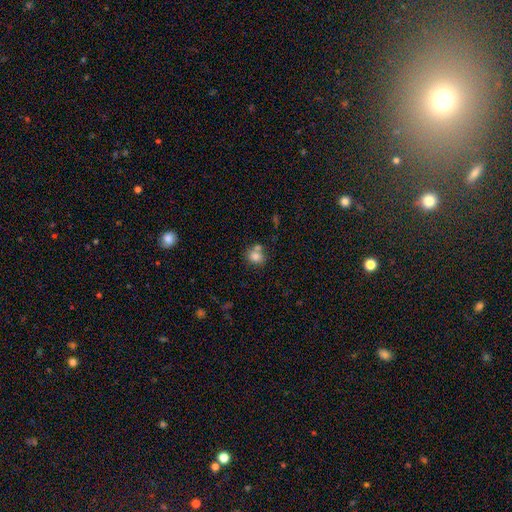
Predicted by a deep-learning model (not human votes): Morphology: type=smooth (80%); roundness=round (62%); merging=none (49%).